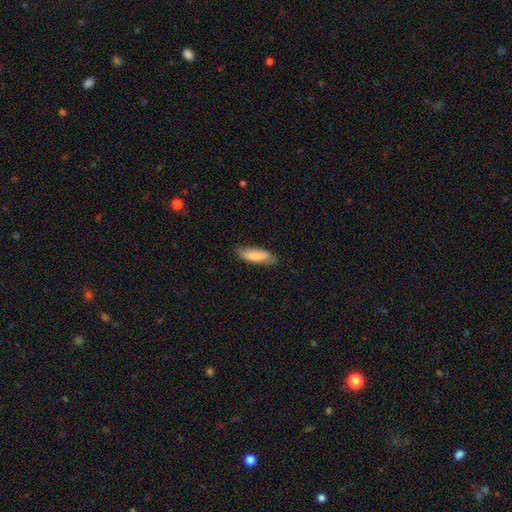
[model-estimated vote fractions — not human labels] A smooth galaxy with no disk features (82%) that is cigar-shaped (51%). Merging: none (70%).